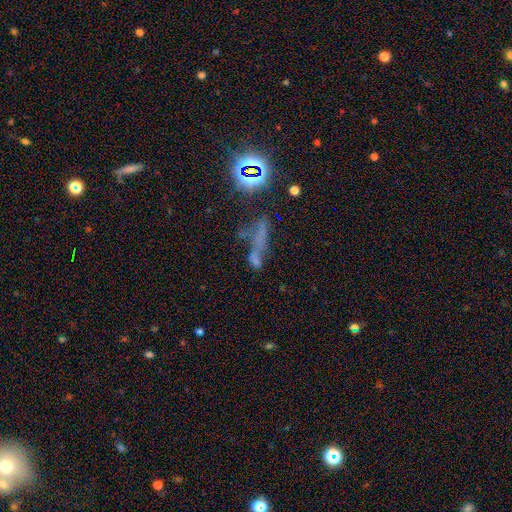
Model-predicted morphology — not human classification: This appears to be a smooth galaxy with no disk features (44%). Merging: merger (38%).